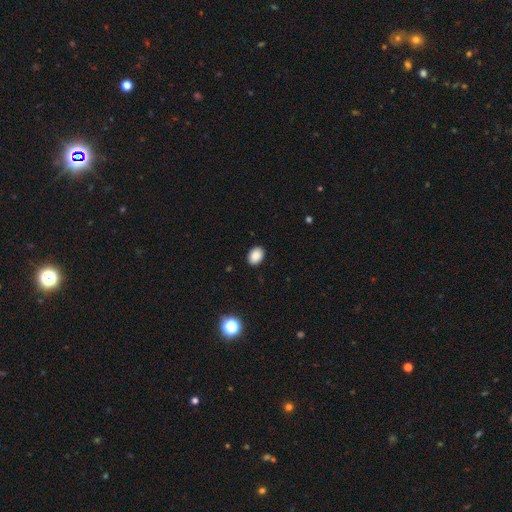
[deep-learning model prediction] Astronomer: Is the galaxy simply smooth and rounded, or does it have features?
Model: smooth — 88%.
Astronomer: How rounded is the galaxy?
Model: in between — 71%.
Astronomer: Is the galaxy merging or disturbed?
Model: none — 90%.